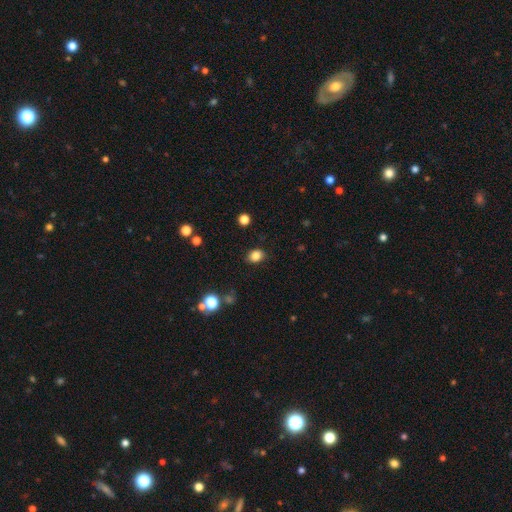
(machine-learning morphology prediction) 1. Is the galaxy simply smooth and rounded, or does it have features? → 84% smooth, 11% star or artifact, 5% featured or disk.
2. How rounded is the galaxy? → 57% in between, 42% round, 1% cigar-shaped.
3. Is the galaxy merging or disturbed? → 85% none, 11% minor disturbance, 3% major disturbance, 1% merger.